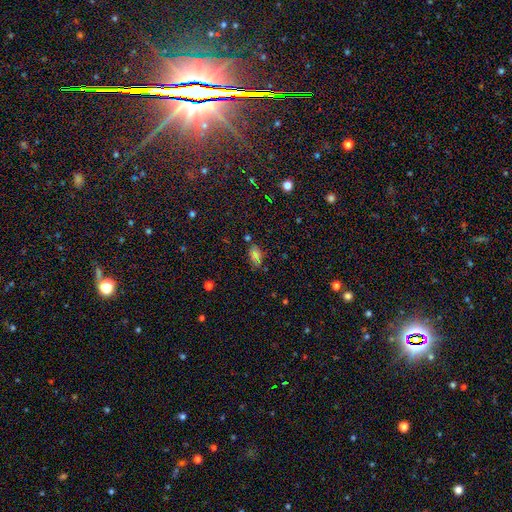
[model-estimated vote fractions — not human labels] Q: Smooth or featured?
A: smooth (69%); runner-up: star or artifact (21%)
Q: How rounded?
A: in between (88%); runner-up: round (7%)
Q: Merging?
A: none (77%); runner-up: minor disturbance (15%)